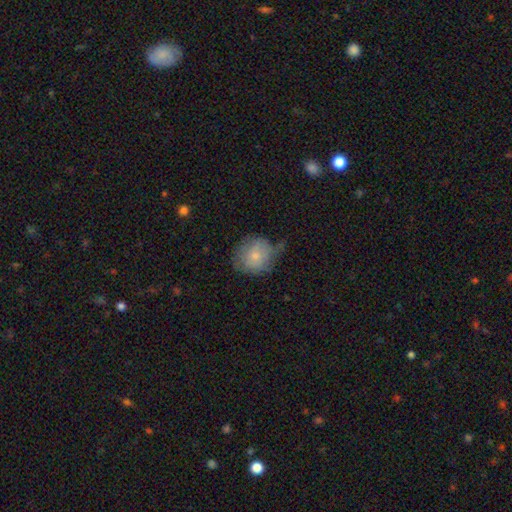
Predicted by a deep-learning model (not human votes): Smooth or featured: smooth — 74% (featured or disk — 18%)
How rounded: round — 78% (in between — 21%)
Merging: none — 49% (minor disturbance — 34%)